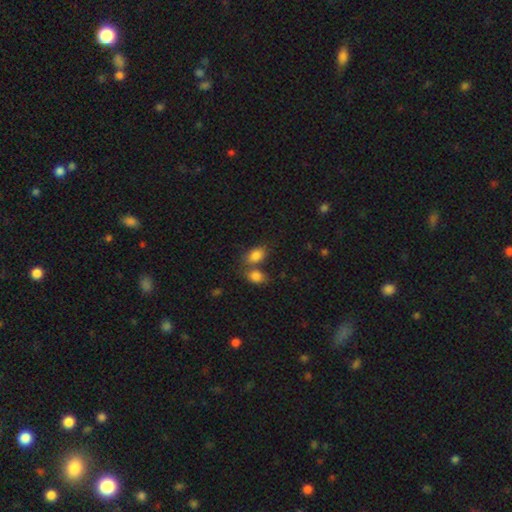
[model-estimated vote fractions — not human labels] Smooth or featured?
  - smooth: 84% *
  - star or artifact: 9%
  - featured or disk: 7%
How rounded?
  - in between: 86% *
  - round: 13%
  - cigar-shaped: 2%
Merging?
  - none: 43% *
  - merger: 41%
  - minor disturbance: 11%
  - major disturbance: 4%